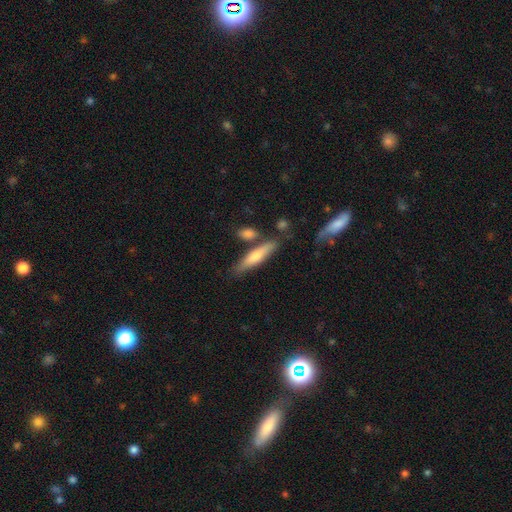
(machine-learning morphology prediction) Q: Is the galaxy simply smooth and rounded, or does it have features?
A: smooth — 56%.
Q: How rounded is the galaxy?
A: cigar-shaped — 80%.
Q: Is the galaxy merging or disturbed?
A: none — 73%.